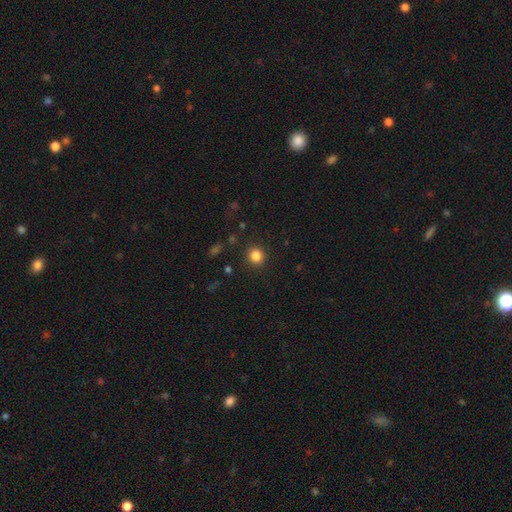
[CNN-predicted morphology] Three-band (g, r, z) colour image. It shows a smooth galaxy with no disk features (84%) that is round (91%). Merging: none (90%).